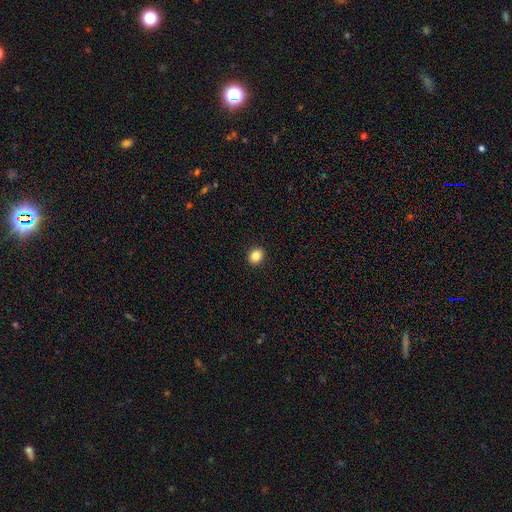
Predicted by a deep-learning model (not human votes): A smooth galaxy with no disk features (86%) that is round (61%). Merging: none (92%).